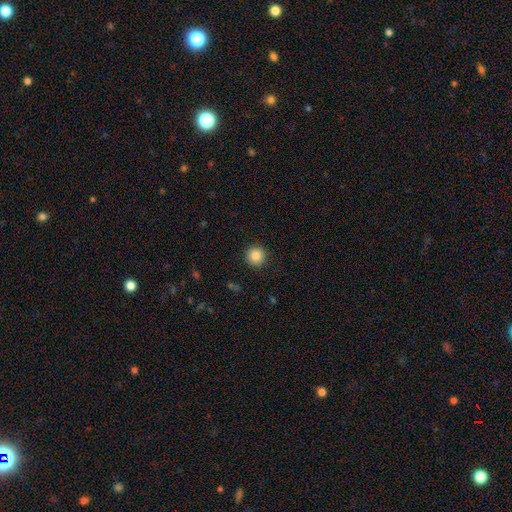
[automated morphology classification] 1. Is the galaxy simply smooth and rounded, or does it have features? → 86% smooth, 10% star or artifact, 5% featured or disk.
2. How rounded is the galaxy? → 95% round, 4% in between, 1% cigar-shaped.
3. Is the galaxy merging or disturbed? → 91% none, 6% minor disturbance, 2% major disturbance, 1% merger.